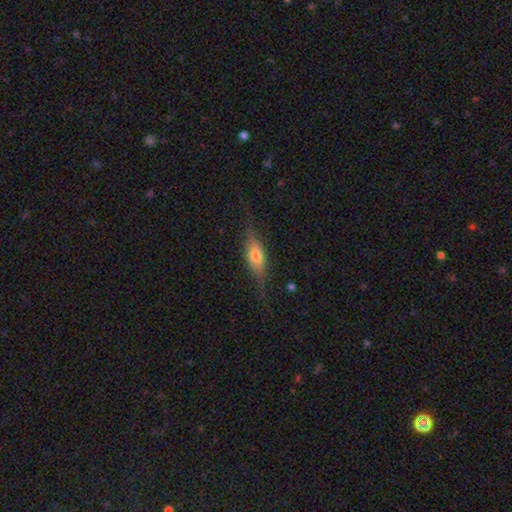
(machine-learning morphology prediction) Smooth or featured? Predicted: smooth (p=0.46, tied with featured or disk). Merging? Predicted: none (p=0.73).